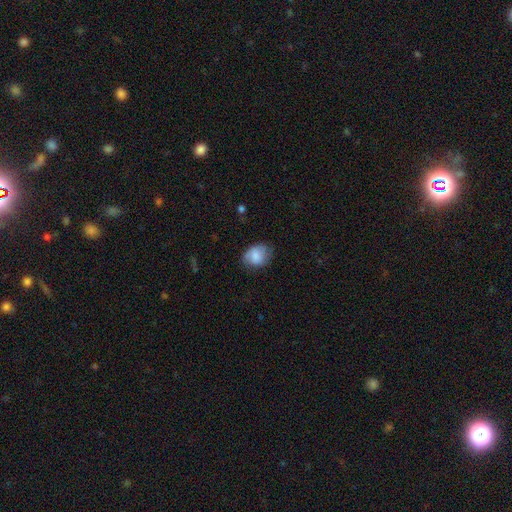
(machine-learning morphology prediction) Q: Smooth or featured?
A: smooth (80%); runner-up: featured or disk (13%)
Q: How rounded?
A: in between (62%); runner-up: round (37%)
Q: Merging?
A: none (66%); runner-up: minor disturbance (26%)